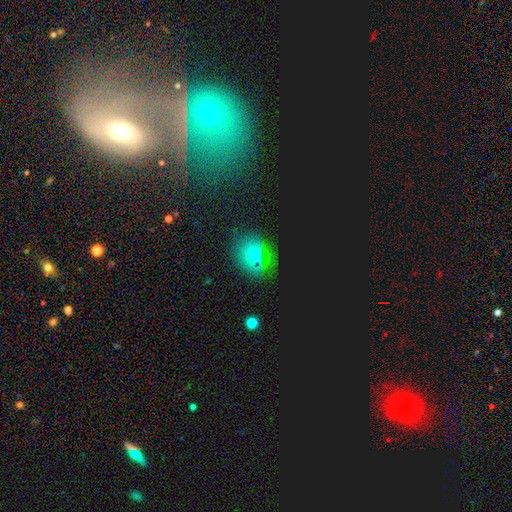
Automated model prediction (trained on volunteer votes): A smooth galaxy with no disk features (53%) that is round (57%). Merging: none (74%).